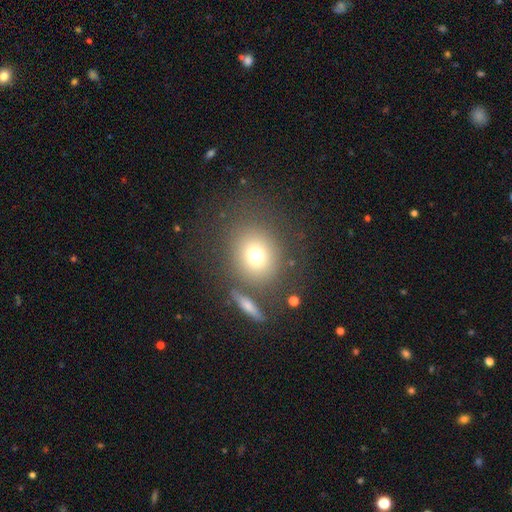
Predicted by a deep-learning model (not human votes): A smooth galaxy with no disk features (71%) that is round (77%).

Vote fractions:
- Smooth or featured? smooth: 71% / featured or disk: 14% / star or artifact: 14%
- How rounded? round: 77% / in between: 22% / cigar-shaped: 1%
- Merging? none: 74% / minor disturbance: 10% / merger: 10% / major disturbance: 6%